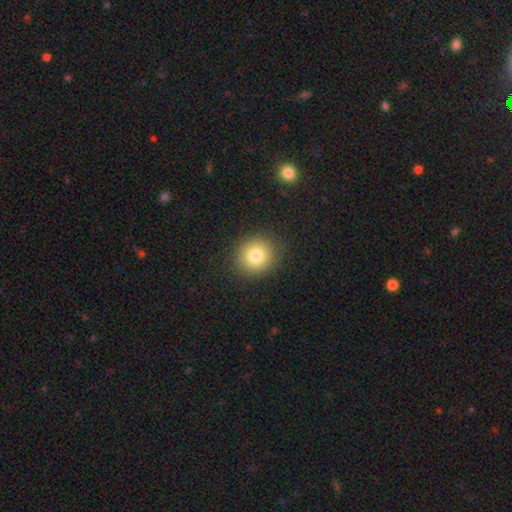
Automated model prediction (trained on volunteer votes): Smooth or featured? Predicted: smooth (p=0.80). How rounded? Predicted: round (p=0.88). Merging? Predicted: none (p=0.90).